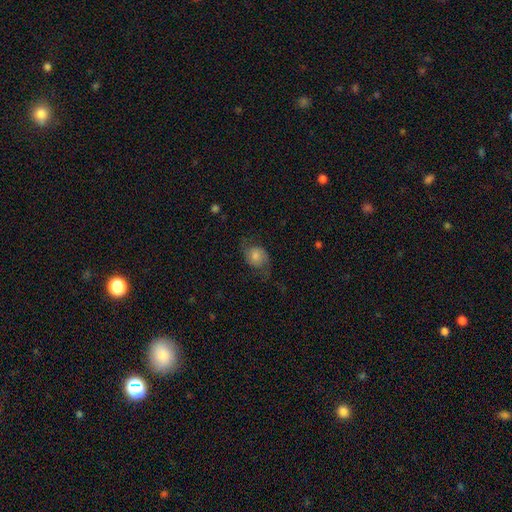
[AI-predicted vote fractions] A smooth galaxy with no disk features (47%).

Vote fractions:
- Smooth or featured? smooth: 47% / featured or disk: 44% / star or artifact: 10%
- Merging? none: 58% / minor disturbance: 23% / major disturbance: 18% / merger: 1%